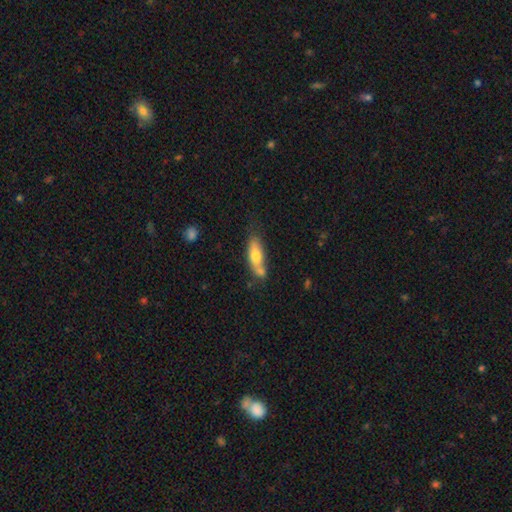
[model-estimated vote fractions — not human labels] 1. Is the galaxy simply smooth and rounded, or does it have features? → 68% smooth, 26% featured or disk, 6% star or artifact.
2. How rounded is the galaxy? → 57% in between, 40% cigar-shaped, 3% round.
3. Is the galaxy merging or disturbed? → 48% none, 25% merger, 20% minor disturbance, 6% major disturbance.